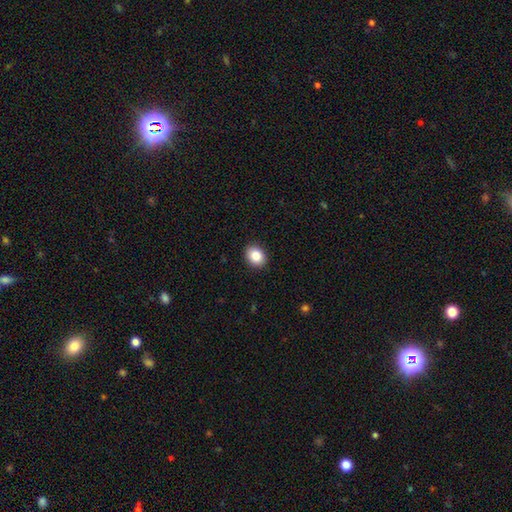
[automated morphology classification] smooth_or_featured: smooth (p=0.84) [alt: star or artifact p=0.09]
how_rounded: round (p=0.50) [alt: in between p=0.49]
merging: none (p=0.91) [alt: minor disturbance p=0.06]